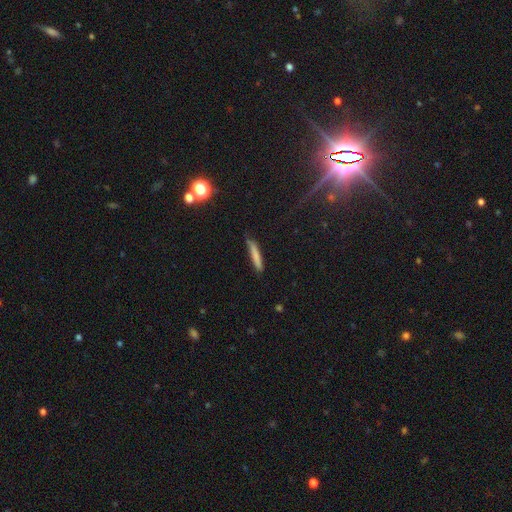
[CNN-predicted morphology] smooth-or-featured: smooth: 77% | featured or disk: 16% | star or artifact: 7%
  how-rounded: cigar-shaped: 93% | in between: 5% | round: 1%
  merging: none: 77% | minor disturbance: 18% | major disturbance: 3% | merger: 2%